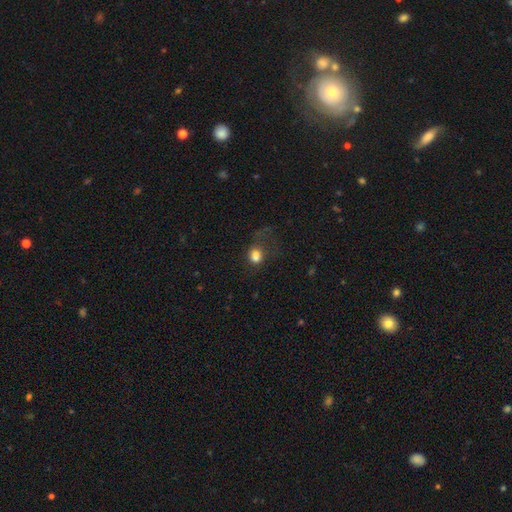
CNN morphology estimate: Q: Smooth or featured?
A: smooth (75%); runner-up: star or artifact (14%)
Q: How rounded?
A: round (53%); runner-up: in between (45%)
Q: Merging?
A: major disturbance (34%); runner-up: none (33%)